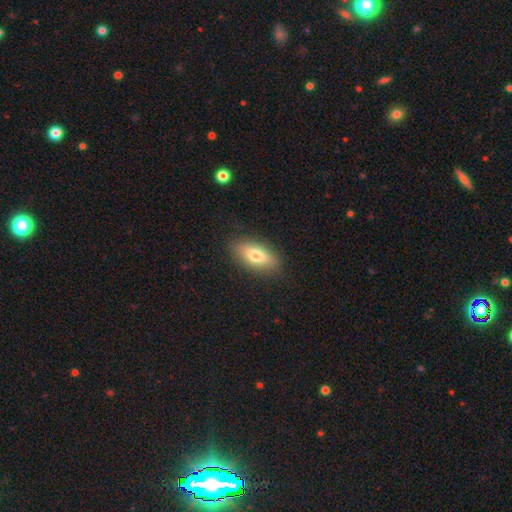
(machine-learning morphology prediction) Smooth or featured? Predicted: smooth (p=0.73). How rounded? Predicted: in between (p=0.81). Merging? Predicted: none (p=0.86).